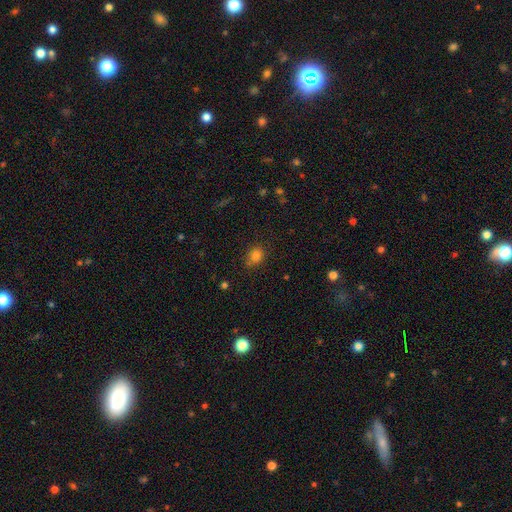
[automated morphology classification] type=smooth (78%); roundness=round (67%); merging=none (75%).